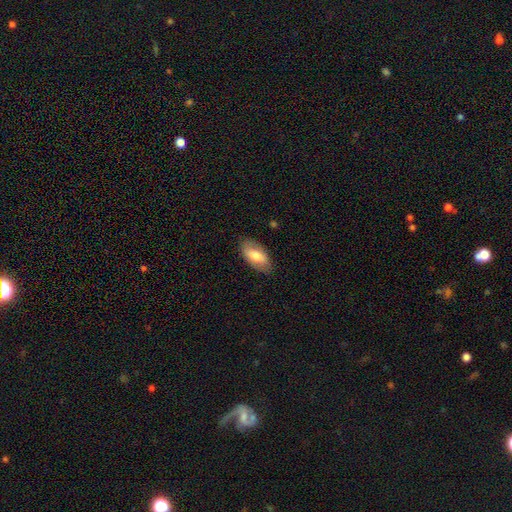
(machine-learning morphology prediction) A smooth galaxy with no disk features (66%) that is in between round and cigar-shaped (91%). Merging: none (82%).